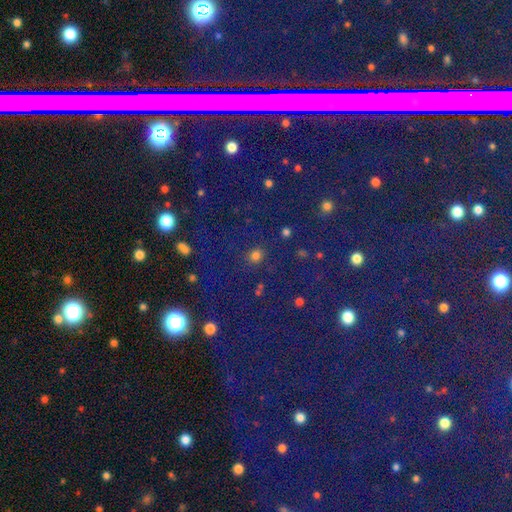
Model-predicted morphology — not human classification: This is possibly a smooth galaxy (54%). How rounded: clearly round (80%). Merging: clearly none (81%).